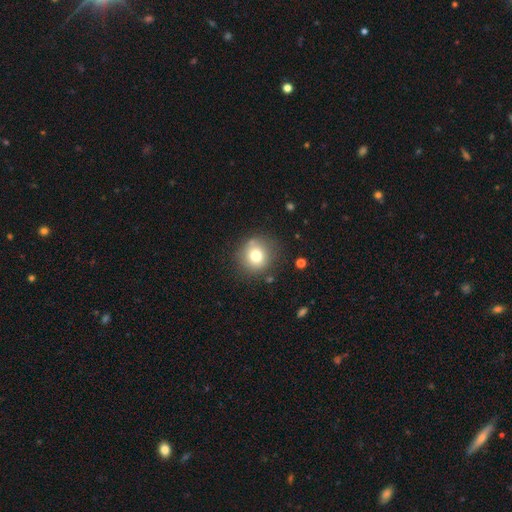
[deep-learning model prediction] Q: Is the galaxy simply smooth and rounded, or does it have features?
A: smooth — 75%.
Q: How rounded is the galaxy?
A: round — 91%.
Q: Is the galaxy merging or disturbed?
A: none — 81%.